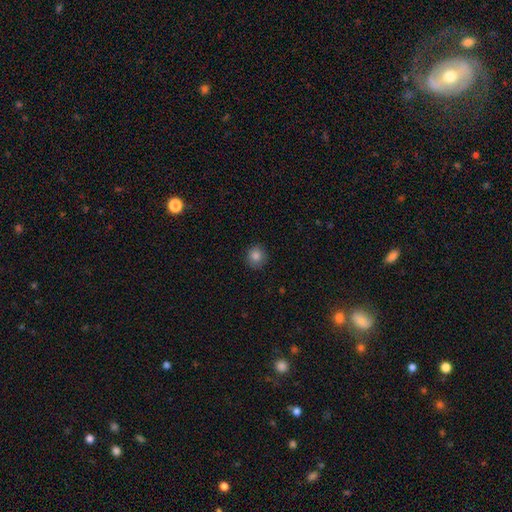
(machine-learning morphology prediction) This appears to be a smooth galaxy with no disk features (83%) that is round (90%). Merging: none (87%).